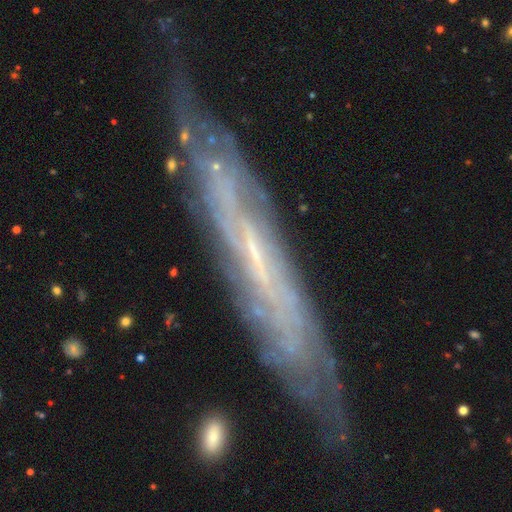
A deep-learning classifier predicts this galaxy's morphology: Smooth or featured: featured or disk — 78% (smooth — 15%)
Edge-on disk: yes — 52% (no — 48%)
Merging: none — 69% (minor disturbance — 20%)